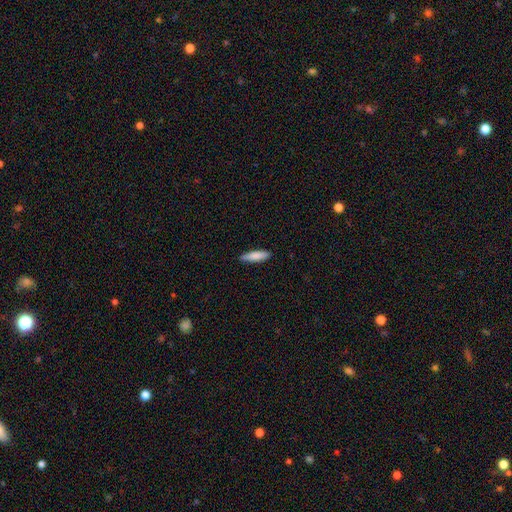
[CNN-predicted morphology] smooth 84%, featured or disk 11%, star or artifact 5%. Down the decision tree: how rounded — cigar-shaped (73%); merging — none (87%).